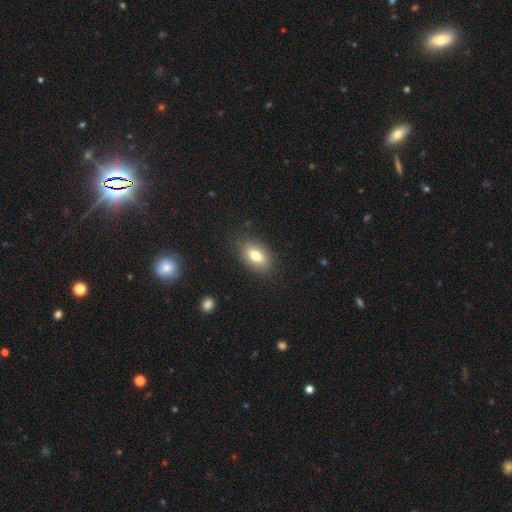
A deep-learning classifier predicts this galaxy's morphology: A smooth galaxy with no disk features (79%) that is in between round and cigar-shaped (88%). Merging: none (85%).